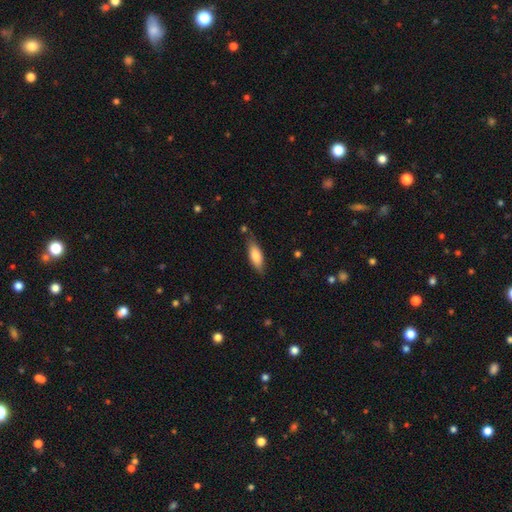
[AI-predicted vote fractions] Q: Smooth or featured?
A: smooth (78%); runner-up: featured or disk (16%)
Q: How rounded?
A: in between (65%); runner-up: cigar-shaped (33%)
Q: Merging?
A: none (75%); runner-up: minor disturbance (19%)